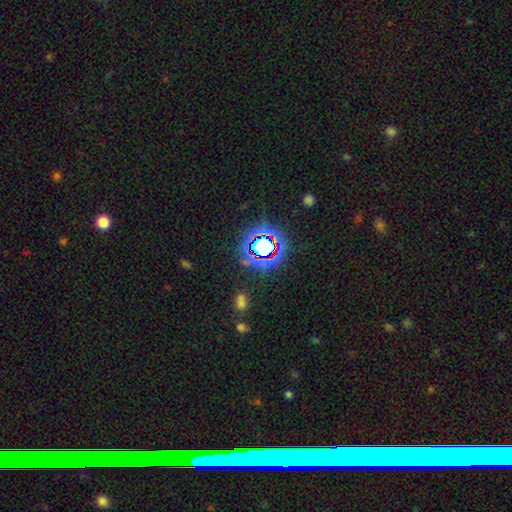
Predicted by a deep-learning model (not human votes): smooth-or-featured: star or artifact: 72% | smooth: 16% | featured or disk: 12%